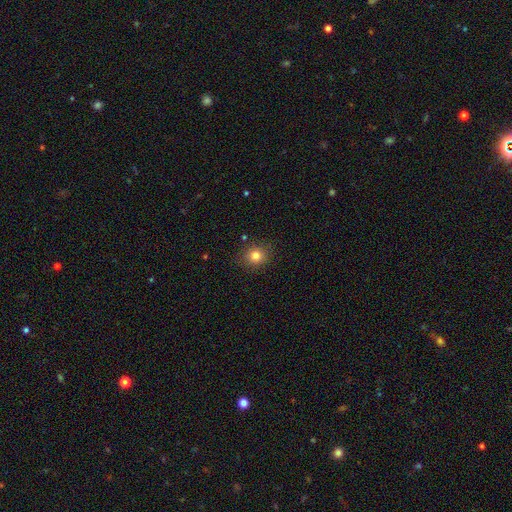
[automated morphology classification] Q: Smooth or featured?
A: smooth (80%); runner-up: star or artifact (13%)
Q: How rounded?
A: round (82%); runner-up: in between (17%)
Q: Merging?
A: none (87%); runner-up: minor disturbance (9%)